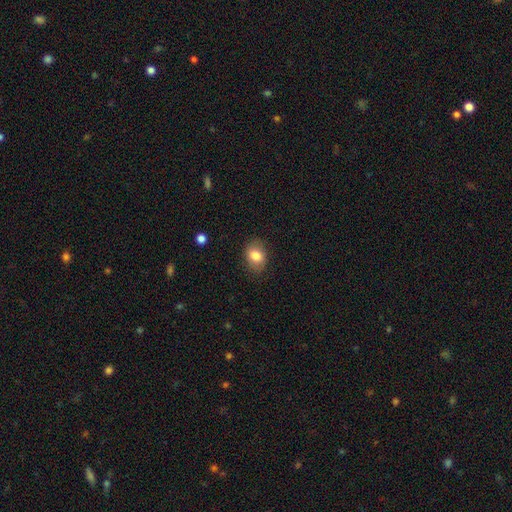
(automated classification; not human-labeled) Smooth or featured: smooth — 82% (featured or disk — 10%)
How rounded: in between — 66% (round — 33%)
Merging: none — 83% (minor disturbance — 13%)